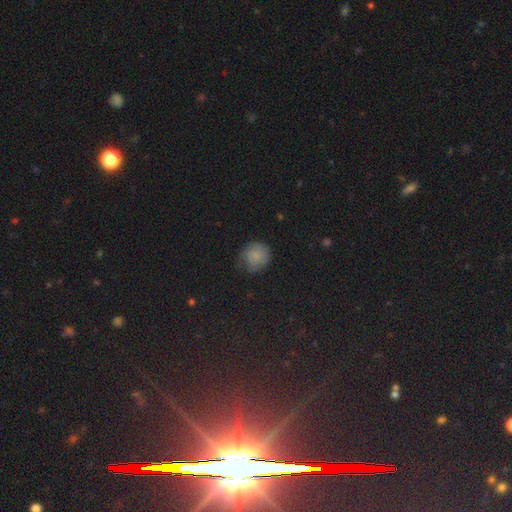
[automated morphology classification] smooth-or-featured: smooth: 75% | featured or disk: 14% | star or artifact: 12%
  how-rounded: round: 79% | in between: 20% | cigar-shaped: 1%
  merging: none: 50% | minor disturbance: 34% | major disturbance: 13% | merger: 2%